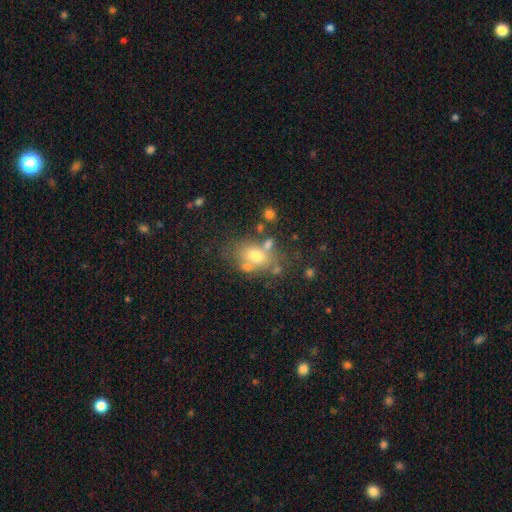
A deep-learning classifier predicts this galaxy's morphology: A smooth galaxy with no disk features (62%) that is in between round and cigar-shaped (66%).

Vote fractions:
- Smooth or featured? smooth: 62% / featured or disk: 24% / star or artifact: 14%
- How rounded? in between: 66% / round: 32% / cigar-shaped: 2%
- Merging? none: 51% / merger: 23% / minor disturbance: 17% / major disturbance: 9%